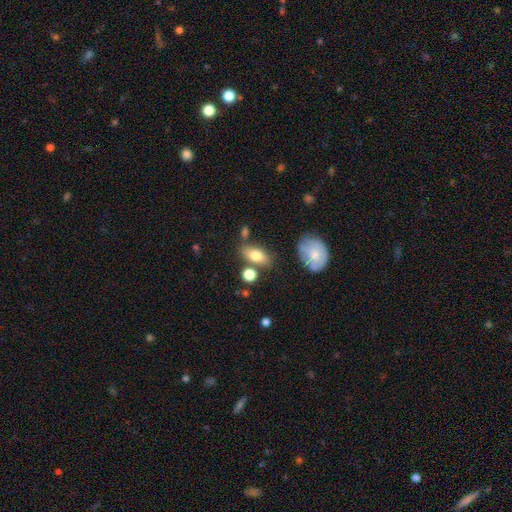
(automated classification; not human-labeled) Smooth or featured?
  - smooth: 75% *
  - featured or disk: 16%
  - star or artifact: 9%
How rounded?
  - in between: 83% *
  - round: 9%
  - cigar-shaped: 8%
Merging?
  - none: 69% *
  - minor disturbance: 15%
  - merger: 12%
  - major disturbance: 5%